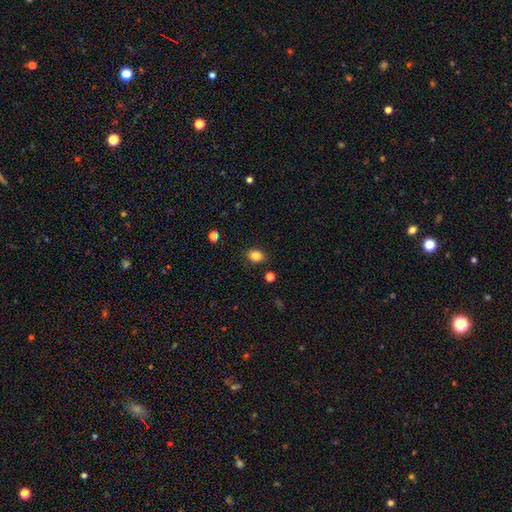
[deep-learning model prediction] smooth 84%, star or artifact 11%, featured or disk 5%. Down the decision tree: how rounded — in between (59%); merging — none (86%).